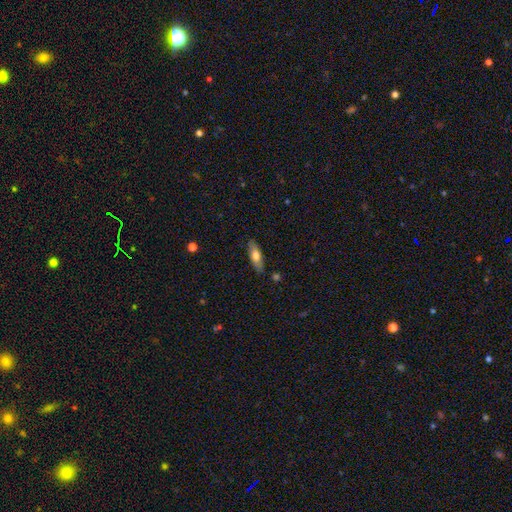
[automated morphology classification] The model was most divided on "how rounded": cigar-shaped: 51%, in between: 46%, round: 2%. More confident: merging — none (85%); smooth or featured — smooth (63%).